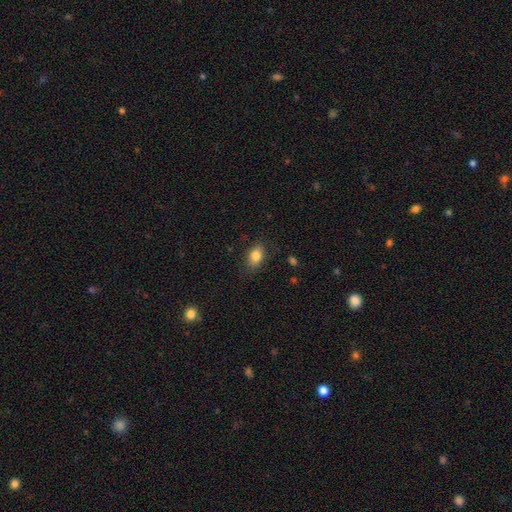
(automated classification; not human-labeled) smooth_or_featured: smooth (p=0.83) [alt: star or artifact p=0.09]
how_rounded: in between (p=0.84) [alt: round p=0.14]
merging: none (p=0.83) [alt: minor disturbance p=0.13]